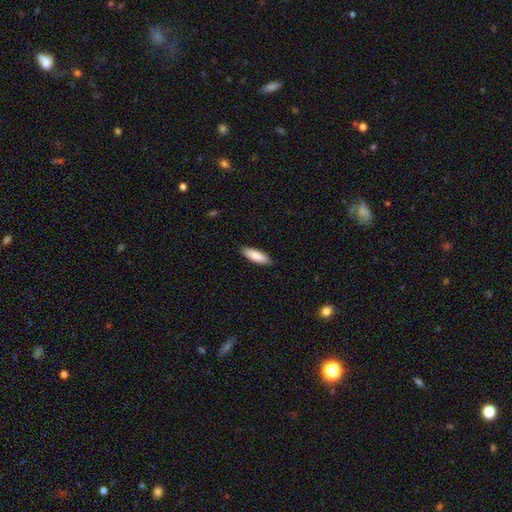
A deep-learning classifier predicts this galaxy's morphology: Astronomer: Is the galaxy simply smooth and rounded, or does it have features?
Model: smooth — 84%.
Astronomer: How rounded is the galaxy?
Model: in between — 55% (runner-up: cigar-shaped, 44%).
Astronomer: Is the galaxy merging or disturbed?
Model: none — 89%.